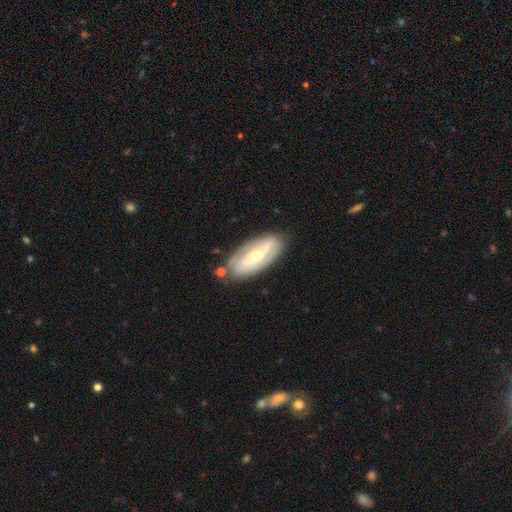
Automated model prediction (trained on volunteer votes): Smooth or featured? Predicted: featured or disk (p=0.74). Edge-on disk? Predicted: no (p=0.87). Bar? Predicted: strong (p=0.42). Spiral arms? Predicted: yes (p=0.76). Bulge size? Predicted: moderate (p=0.53). Merging? Predicted: none (p=0.79).